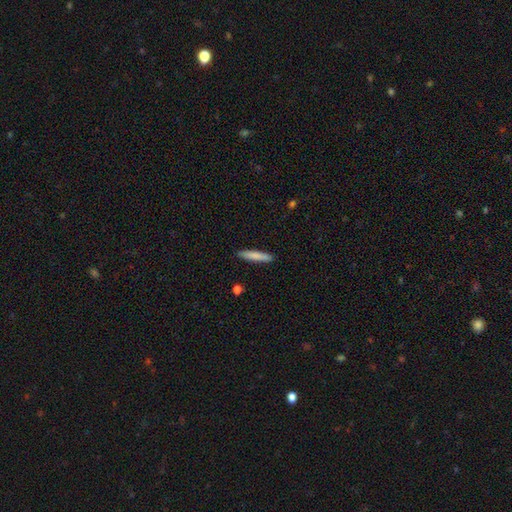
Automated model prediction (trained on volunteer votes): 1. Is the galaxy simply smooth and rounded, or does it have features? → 81% smooth, 14% featured or disk, 6% star or artifact.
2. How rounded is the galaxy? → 91% cigar-shaped, 8% in between, 1% round.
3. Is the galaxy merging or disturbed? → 89% none, 8% minor disturbance, 2% major disturbance, 1% merger.